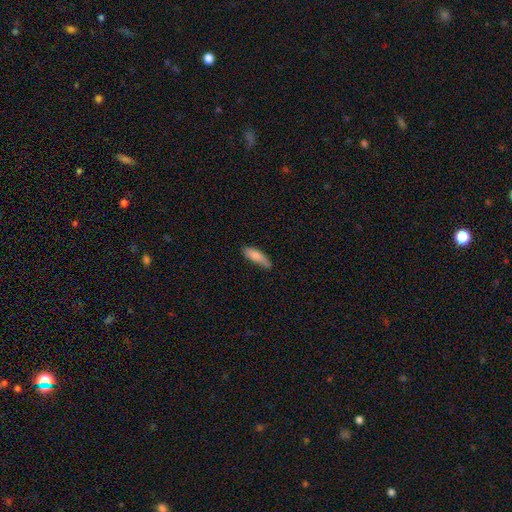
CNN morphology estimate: This appears to be a smooth galaxy with no disk features (83%) that is cigar-shaped (50%). Merging: none (68%).